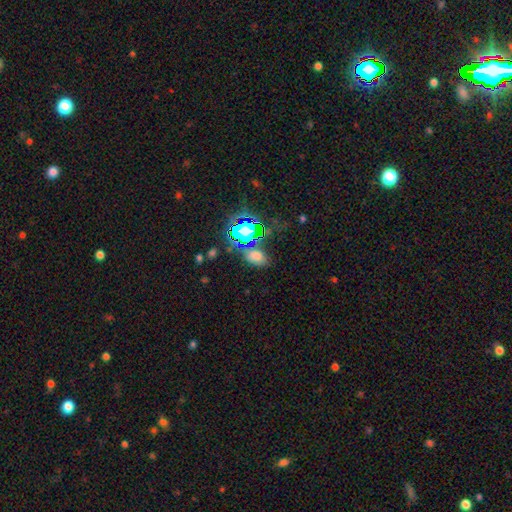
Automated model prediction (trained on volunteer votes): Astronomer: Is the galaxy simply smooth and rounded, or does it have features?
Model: smooth — 61%.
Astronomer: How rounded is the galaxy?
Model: in between — 84%.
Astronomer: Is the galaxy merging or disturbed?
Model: none — 72%.